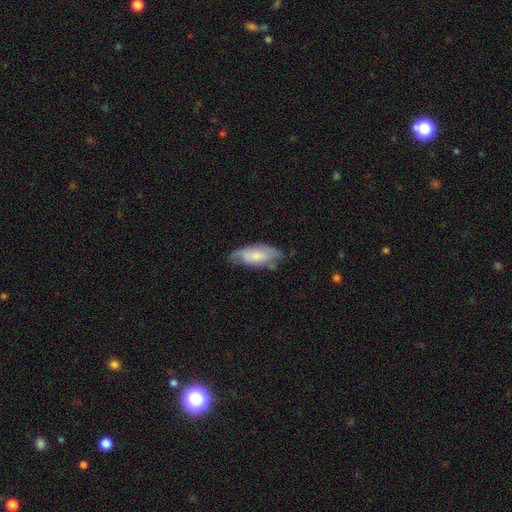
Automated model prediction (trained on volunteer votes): A smooth galaxy with no disk features (57%) that is in between round and cigar-shaped (83%). Merging: none (56%).